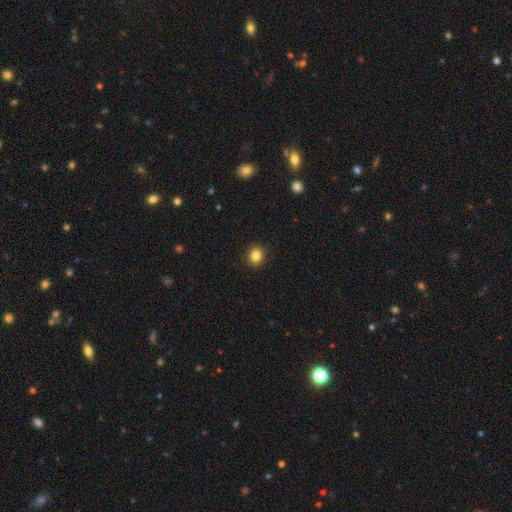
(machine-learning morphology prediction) Smooth or featured? smooth (84%)
How rounded? round (83%)
Merging? none (92%)